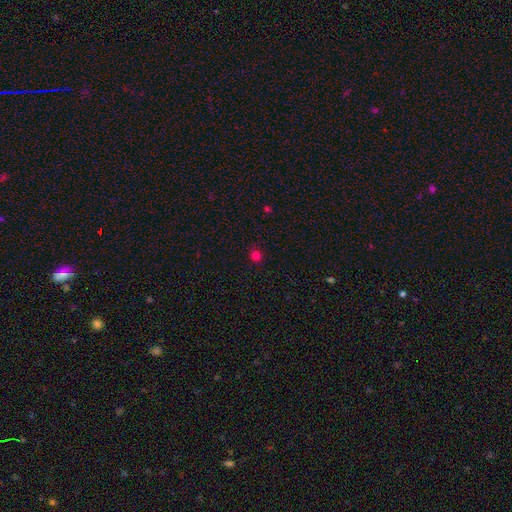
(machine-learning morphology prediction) The model was most divided on "smooth or featured": smooth: 77%, star or artifact: 19%, featured or disk: 4%. More confident: merging — none (89%); how rounded — round (88%).